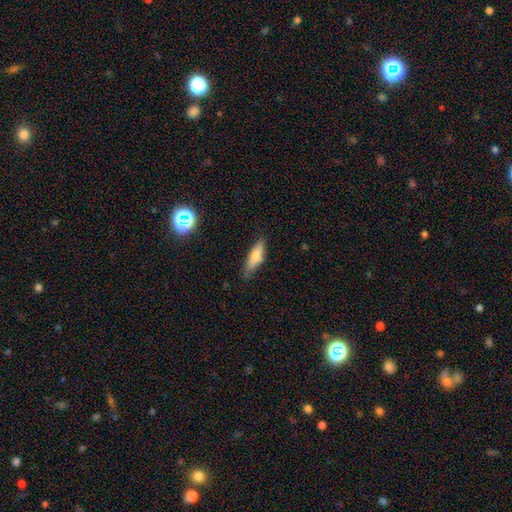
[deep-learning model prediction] Smooth or featured? smooth (63%)
How rounded? cigar-shaped (58%)
Merging? none (74%)